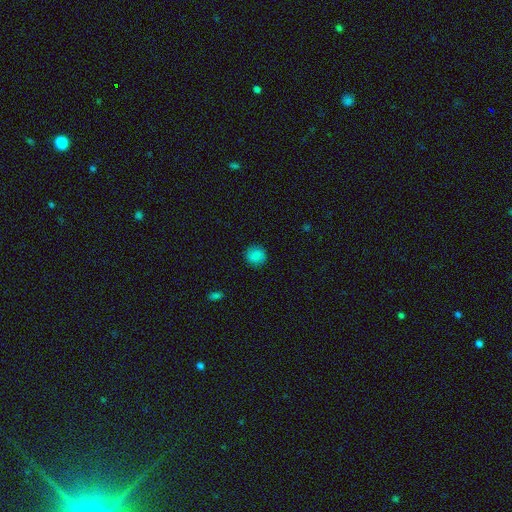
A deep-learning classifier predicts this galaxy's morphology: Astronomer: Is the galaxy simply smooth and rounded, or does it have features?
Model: smooth — 85%.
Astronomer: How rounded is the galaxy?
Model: round — 91%.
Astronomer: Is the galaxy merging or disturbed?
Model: none — 88%.